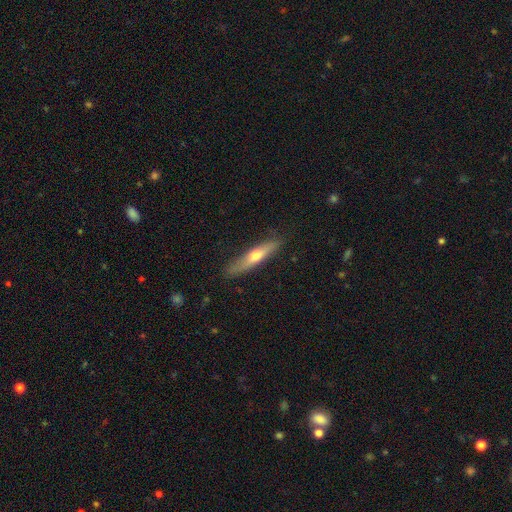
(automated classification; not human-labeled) smooth 50%, featured or disk 44%, star or artifact 6%. Down the decision tree: merging — none (83%).